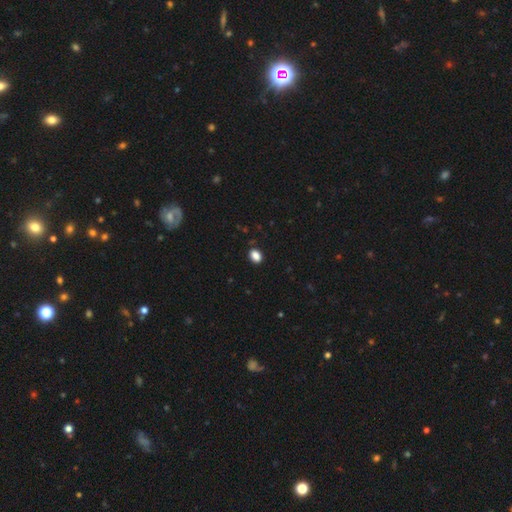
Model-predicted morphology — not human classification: Smooth or featured? smooth (87%)
How rounded? in between (74%)
Merging? none (86%)